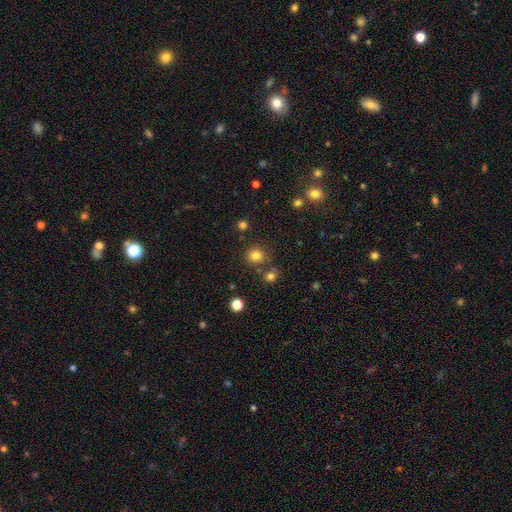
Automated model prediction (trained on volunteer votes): A smooth galaxy with no disk features (80%) that is round (89%). Merging: none (81%).